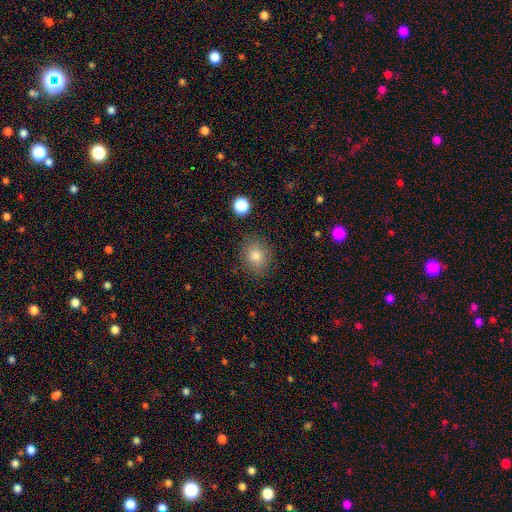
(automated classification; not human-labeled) smooth_or_featured: smooth (p=0.81) [alt: star or artifact p=0.11]
how_rounded: round (p=0.62) [alt: in between p=0.37]
merging: none (p=0.84) [alt: minor disturbance p=0.11]